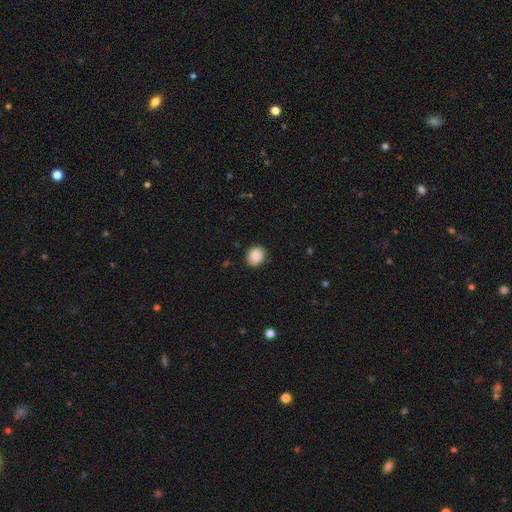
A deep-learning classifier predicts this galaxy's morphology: Smooth or featured? Predicted: smooth (p=0.88). How rounded? Predicted: round (p=0.68). Merging? Predicted: none (p=0.86).